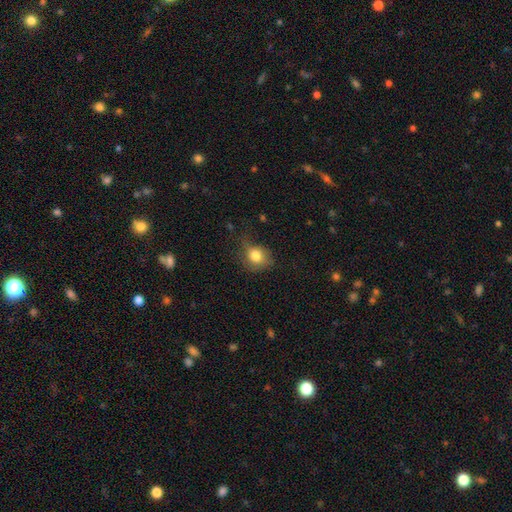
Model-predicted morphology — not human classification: Smooth or featured? Predicted: smooth (p=0.79). How rounded? Predicted: round (p=0.63). Merging? Predicted: none (p=0.48).